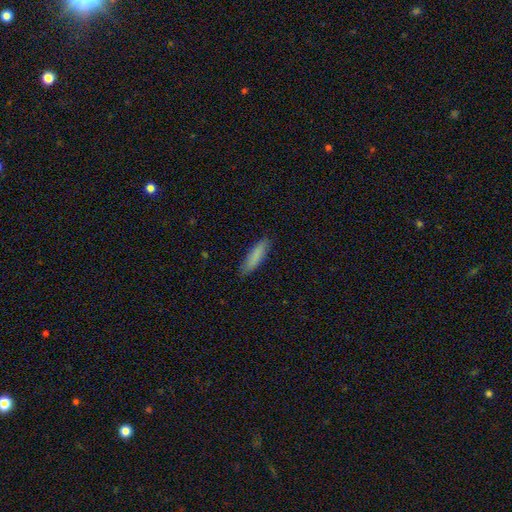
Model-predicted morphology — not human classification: Smooth or featured?
  - smooth: 85% *
  - featured or disk: 9%
  - star or artifact: 6%
How rounded?
  - cigar-shaped: 73% *
  - in between: 26%
  - round: 1%
Merging?
  - none: 86% *
  - minor disturbance: 11%
  - major disturbance: 2%
  - merger: 1%